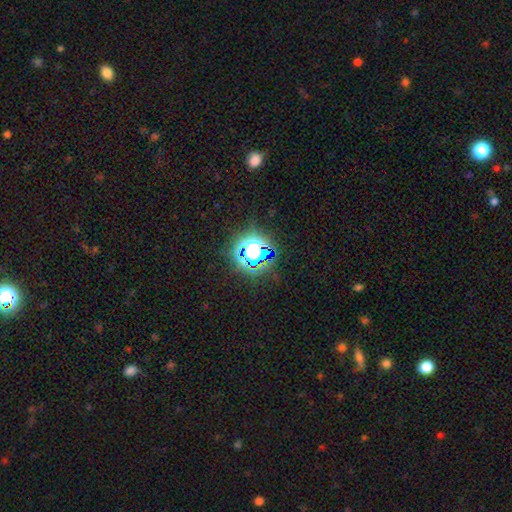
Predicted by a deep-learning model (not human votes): This appears to be a star or artifact, not a galaxy (62%).